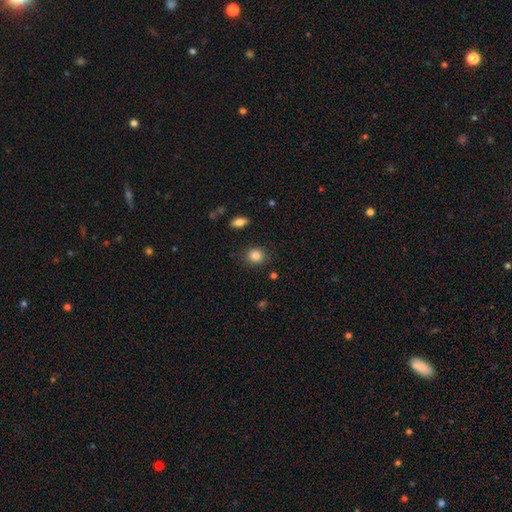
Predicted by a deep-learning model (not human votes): smooth_or_featured: smooth (p=0.85) [alt: star or artifact p=0.10]
how_rounded: round (p=0.72) [alt: in between p=0.26]
merging: none (p=0.85) [alt: minor disturbance p=0.10]